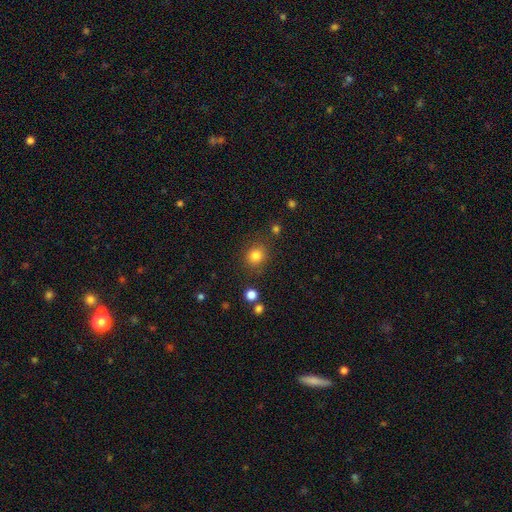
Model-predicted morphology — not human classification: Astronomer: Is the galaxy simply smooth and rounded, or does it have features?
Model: smooth — 82%.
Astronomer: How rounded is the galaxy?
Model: round — 84%.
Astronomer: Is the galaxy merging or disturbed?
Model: none — 84%.